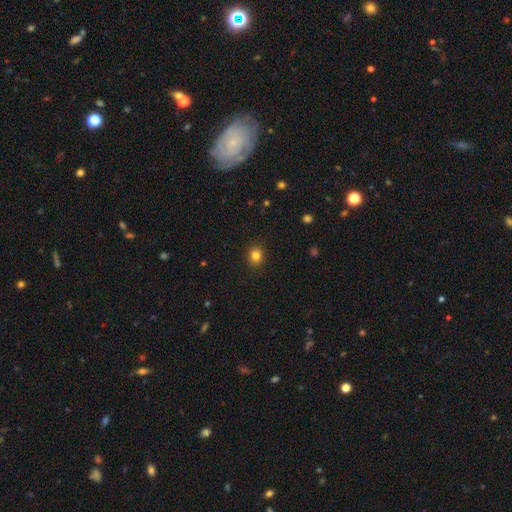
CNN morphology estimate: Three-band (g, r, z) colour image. It shows a smooth galaxy with no disk features (83%) that is round (76%). Merging: none (90%).